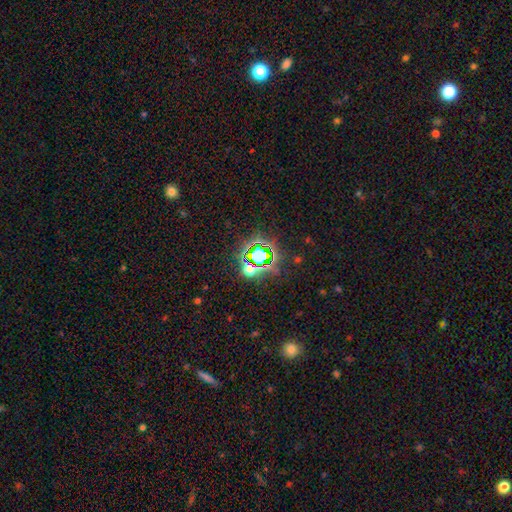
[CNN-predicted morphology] Smooth or featured? Predicted: star or artifact (p=0.72).